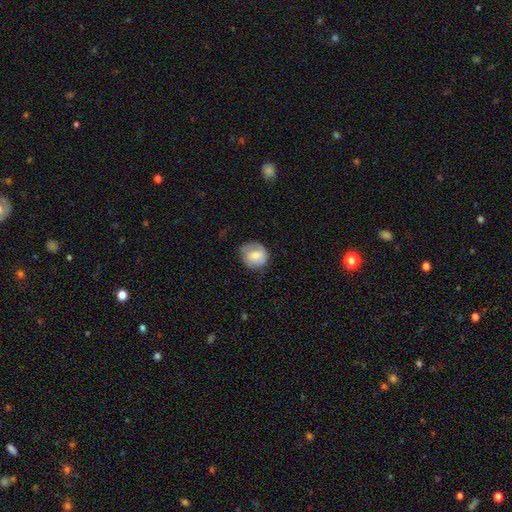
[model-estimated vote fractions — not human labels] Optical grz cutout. It shows a smooth galaxy with no disk features (72%) that is round (80%). Merging: none (70%).